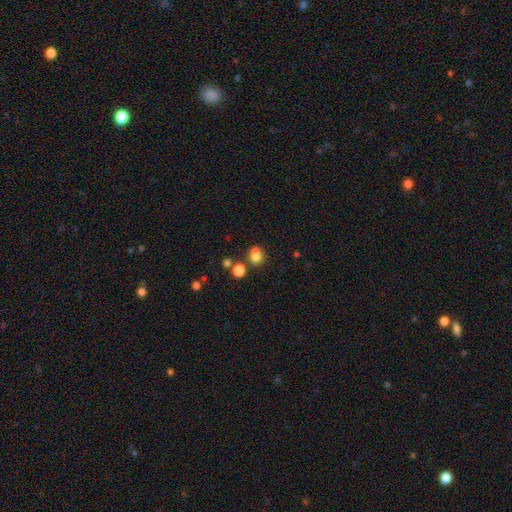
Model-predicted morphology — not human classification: A smooth galaxy with no disk features (73%) that is round (80%). Merging: none (45%).